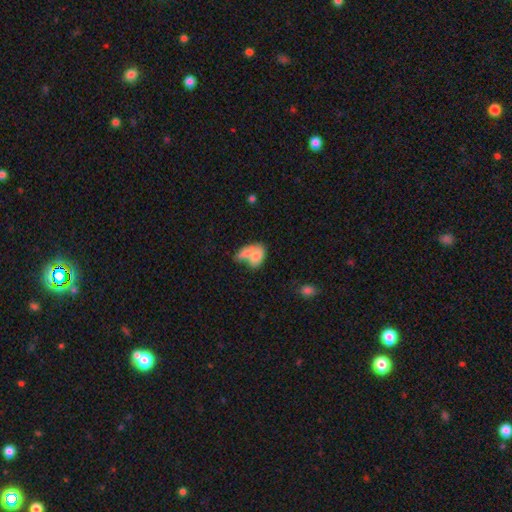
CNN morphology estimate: This appears to be a smooth galaxy with no disk features (68%) that is in between round and cigar-shaped (84%). Merging: merger (68%).